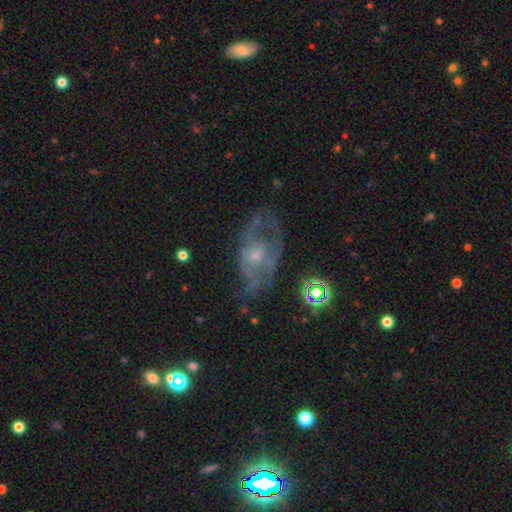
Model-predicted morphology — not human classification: This is likely a featured or disk galaxy (68%). It is clearly not viewed edge-on (94%). Bar: likely no (78%). Spiral arm pattern: possibly yes (53%). Central bulge: possibly small (59%). Merging: possibly none (46%).